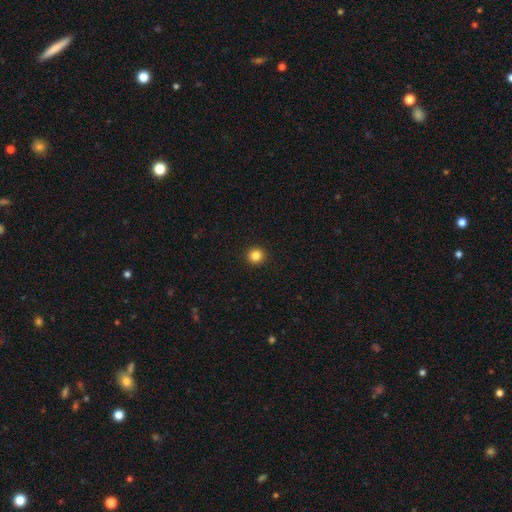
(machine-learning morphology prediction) Overall: smooth (84%). How rounded: round (95%). Merging: none (94%).